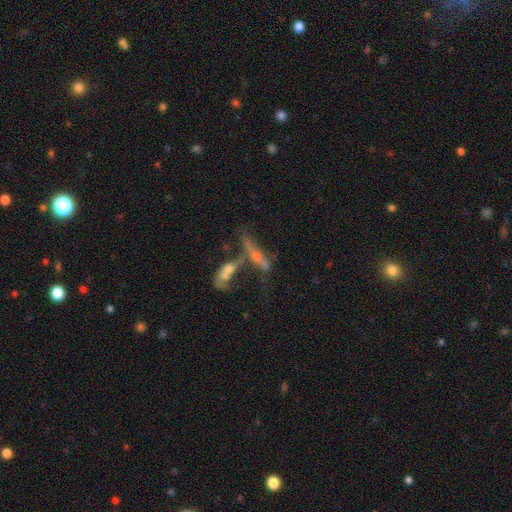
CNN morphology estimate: smooth_or_featured: featured or disk (p=0.58) [alt: smooth p=0.30]
disk_edge_on: yes (p=0.56) [alt: no p=0.44]
merging: merger (p=0.58) [alt: none p=0.19]